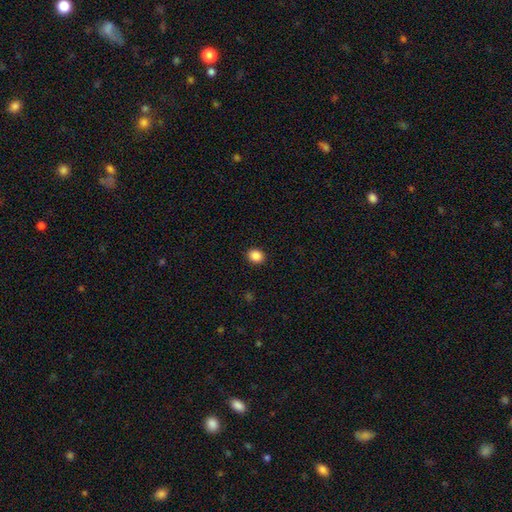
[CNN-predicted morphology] A smooth galaxy with no disk features (87%) that is round (62%).

Vote fractions:
- Smooth or featured? smooth: 87% / star or artifact: 10% / featured or disk: 3%
- How rounded? round: 62% / in between: 37% / cigar-shaped: 1%
- Merging? none: 91% / minor disturbance: 6% / major disturbance: 2% / merger: 1%